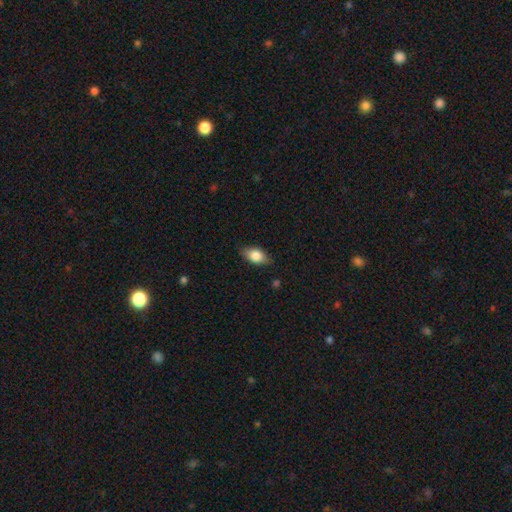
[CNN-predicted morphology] Q: Smooth or featured?
A: smooth (77%); runner-up: featured or disk (15%)
Q: How rounded?
A: in between (87%); runner-up: round (8%)
Q: Merging?
A: none (81%); runner-up: minor disturbance (15%)